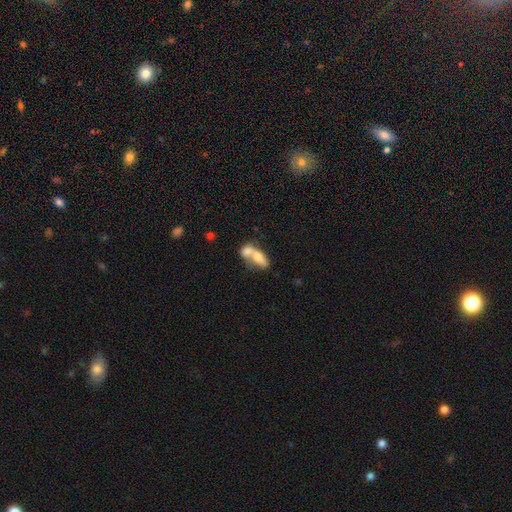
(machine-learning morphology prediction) Smooth or featured? Predicted: smooth (p=0.68). How rounded? Predicted: in between (p=0.78). Merging? Predicted: merger (p=0.71).